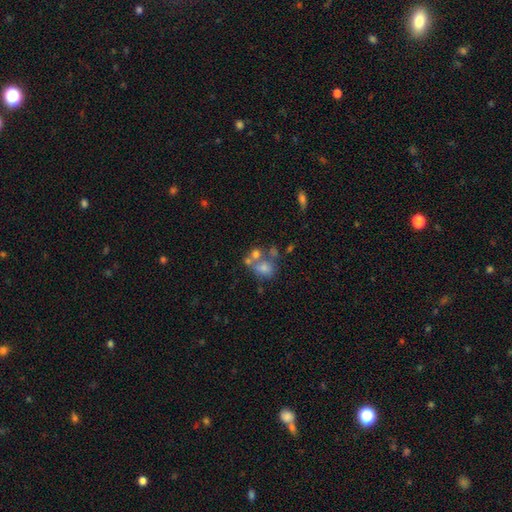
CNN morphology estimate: Overall: smooth (48%; featured or disk 30%). Merging: merger (44%; none 37%).